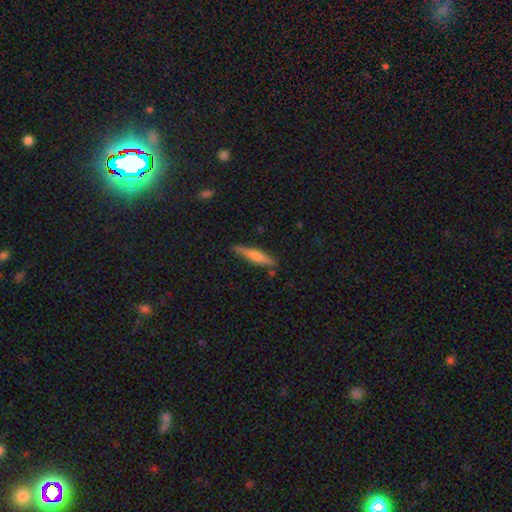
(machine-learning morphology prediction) This is possibly a smooth galaxy (57%). How rounded: clearly cigar-shaped (90%). Merging: clearly none (83%).